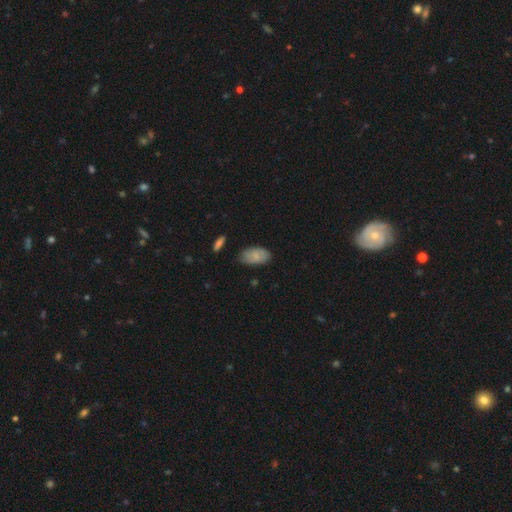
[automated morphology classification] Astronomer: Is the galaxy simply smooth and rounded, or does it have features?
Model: smooth — 74%.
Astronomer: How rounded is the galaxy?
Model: in between — 94%.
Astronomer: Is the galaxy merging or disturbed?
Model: none — 72%.